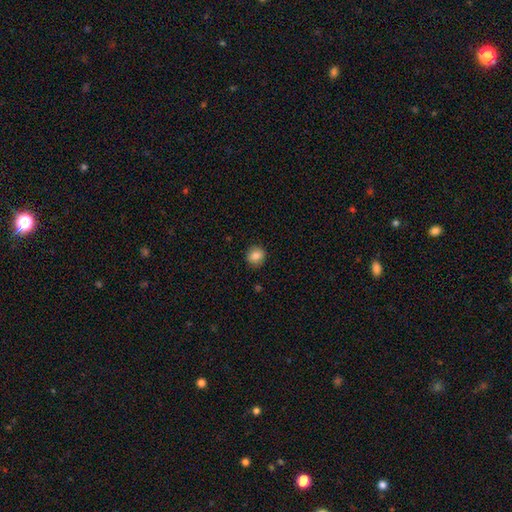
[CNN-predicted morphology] A smooth galaxy with no disk features (86%) that is round (81%).

Vote fractions:
- Smooth or featured? smooth: 86% / star or artifact: 9% / featured or disk: 4%
- How rounded? round: 81% / in between: 18% / cigar-shaped: 1%
- Merging? none: 88% / minor disturbance: 9% / major disturbance: 2% / merger: 1%